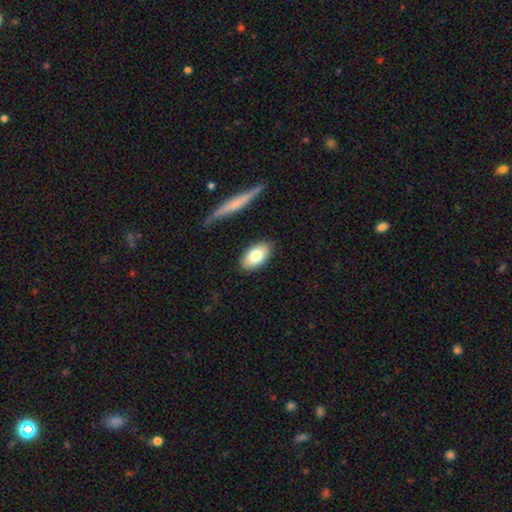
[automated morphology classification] This is likely a smooth galaxy (78%). How rounded: clearly in between (91%). Merging: clearly none (84%).